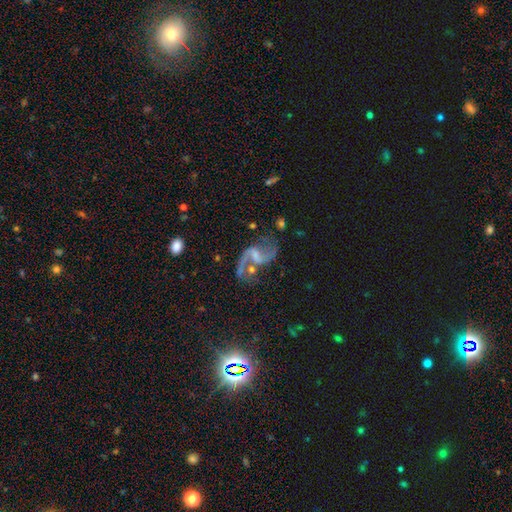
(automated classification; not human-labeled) smooth-or-featured: featured or disk: 87% | star or artifact: 9% | smooth: 5%
  disk-edge-on: no: 98% | yes: 2%
    bar: weak: 50% | strong: 26% | no: 24%
    has-spiral-arms: yes: 96% | no: 4%
      spiral-winding: loose: 73% | medium: 23% | tight: 4%
      spiral-arm-count: 2: 92% | 1: 3% | can't tell: 2% | 3: 1% | 4: 1% | more than 4: 1%
    bulge-size: small: 45% | none: 35% | moderate: 16% | large: 2% | dominant: 1%
  merging: none: 61% | minor disturbance: 17% | major disturbance: 14% | merger: 9%